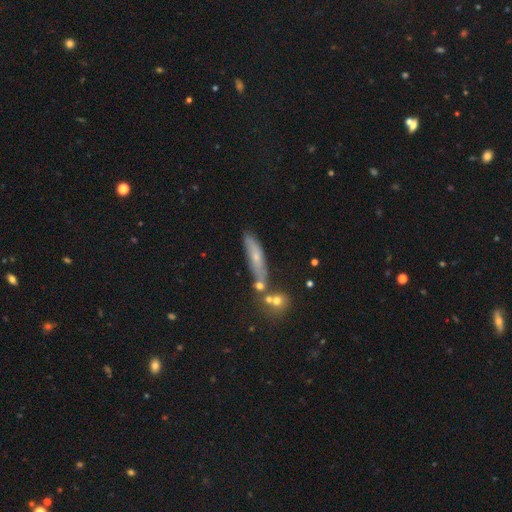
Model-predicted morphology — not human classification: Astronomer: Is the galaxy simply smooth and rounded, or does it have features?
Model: smooth — 58%.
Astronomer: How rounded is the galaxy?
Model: cigar-shaped — 76%.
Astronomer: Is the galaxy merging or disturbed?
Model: none — 60%.